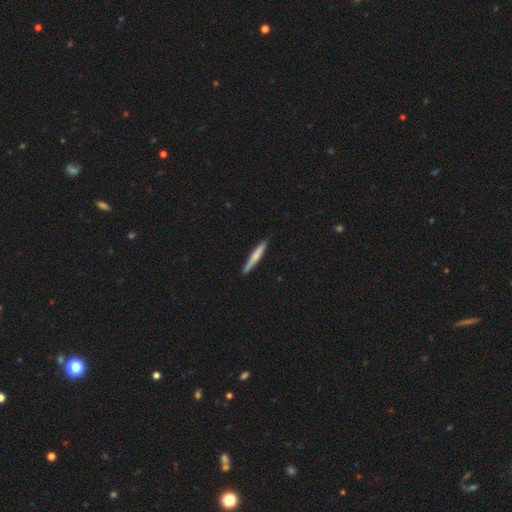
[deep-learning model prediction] This is likely a smooth galaxy (64%). How rounded: clearly cigar-shaped (95%). Merging: clearly none (90%).